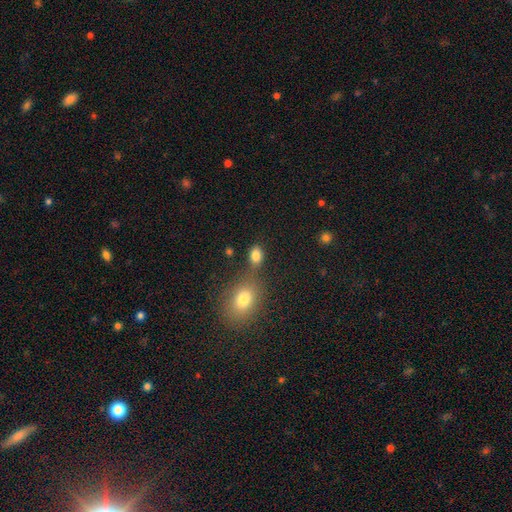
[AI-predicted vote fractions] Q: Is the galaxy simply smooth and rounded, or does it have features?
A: smooth — 82%.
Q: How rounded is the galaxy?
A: in between — 74%.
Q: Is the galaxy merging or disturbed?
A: none — 57%.